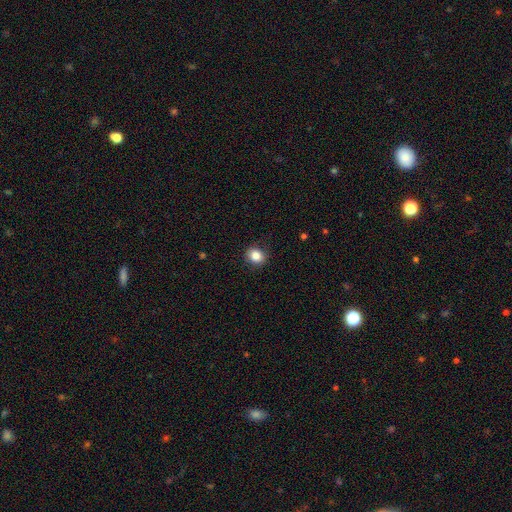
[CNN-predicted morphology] Smooth or featured?
  - smooth: 84% *
  - star or artifact: 10%
  - featured or disk: 6%
How rounded?
  - round: 71% *
  - in between: 28%
  - cigar-shaped: 1%
Merging?
  - none: 87% *
  - minor disturbance: 9%
  - major disturbance: 3%
  - merger: 1%